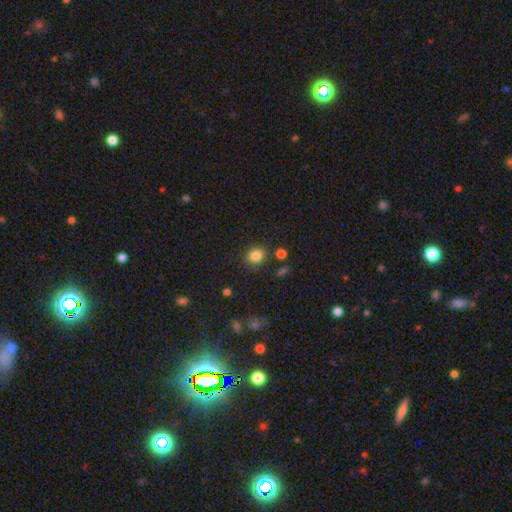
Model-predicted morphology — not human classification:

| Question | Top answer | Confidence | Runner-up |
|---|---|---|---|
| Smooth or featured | smooth | 83% | star or artifact (12%) |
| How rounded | round | 69% | in between (30%) |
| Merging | none | 80% | minor disturbance (12%) |